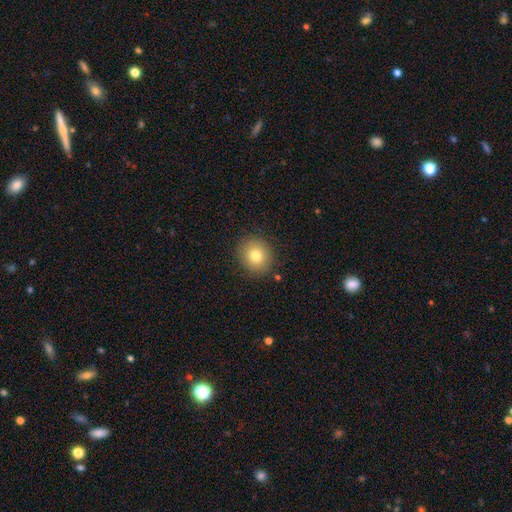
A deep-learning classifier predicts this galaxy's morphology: A smooth galaxy with no disk features (78%) that is round (84%). Merging: none (88%).